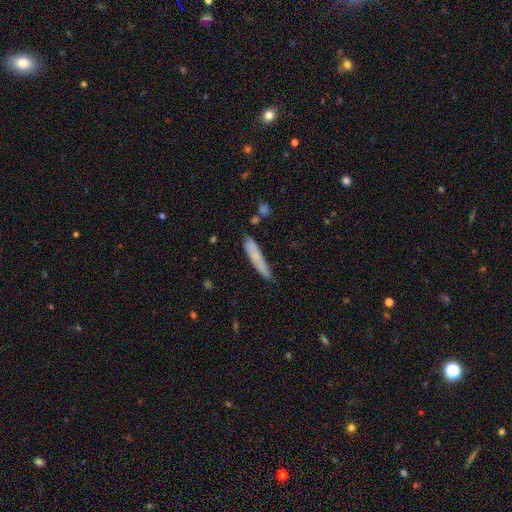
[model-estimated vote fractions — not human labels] smooth_or_featured: smooth (p=0.69) [alt: featured or disk p=0.24]
how_rounded: cigar-shaped (p=0.89) [alt: in between p=0.09]
merging: none (p=0.74) [alt: minor disturbance p=0.19]